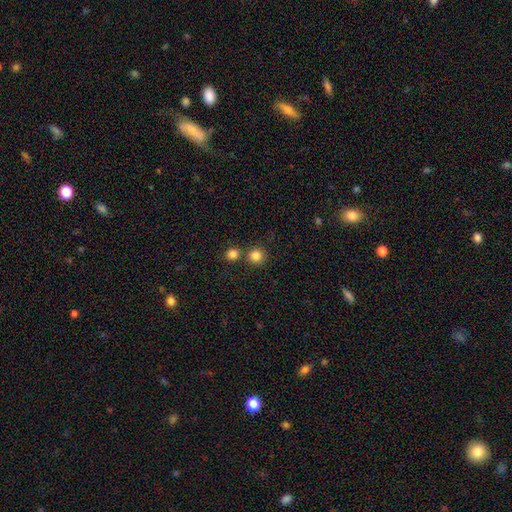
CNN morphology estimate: Smooth or featured? Predicted: smooth (p=0.83). How rounded? Predicted: round (p=0.93). Merging? Predicted: none (p=0.75).